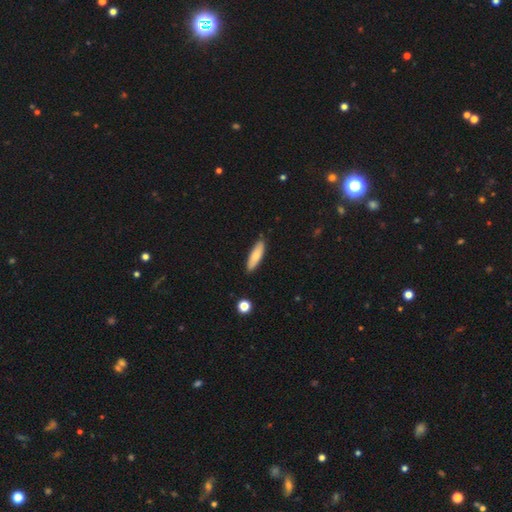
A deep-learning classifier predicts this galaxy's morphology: Smooth or featured?
  - smooth: 75% *
  - featured or disk: 19%
  - star or artifact: 6%
How rounded?
  - cigar-shaped: 63% *
  - in between: 36%
  - round: 2%
Merging?
  - none: 86% *
  - minor disturbance: 11%
  - major disturbance: 2%
  - merger: 2%